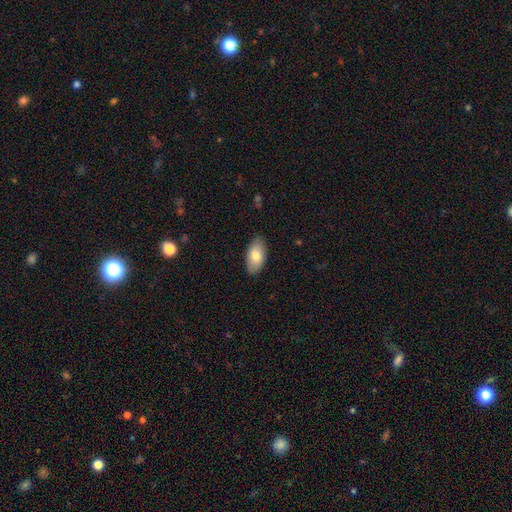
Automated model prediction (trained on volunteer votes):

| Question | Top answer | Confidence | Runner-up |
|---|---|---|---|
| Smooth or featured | smooth | 76% | featured or disk (18%) |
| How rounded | in between | 95% | round (3%) |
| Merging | none | 87% | minor disturbance (10%) |